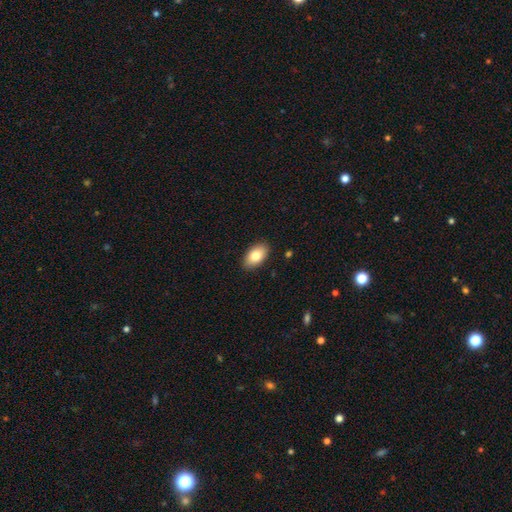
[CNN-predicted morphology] smooth-or-featured: smooth: 81% | featured or disk: 12% | star or artifact: 7%
  how-rounded: in between: 94% | round: 5% | cigar-shaped: 2%
  merging: none: 89% | minor disturbance: 8% | major disturbance: 2% | merger: 1%